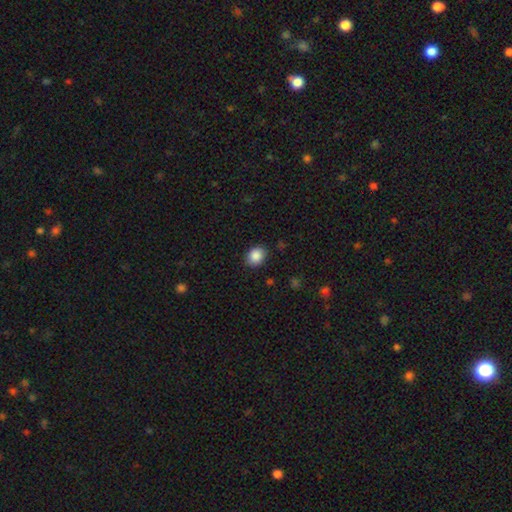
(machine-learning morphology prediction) Smooth or featured: smooth — 88% (star or artifact — 9%)
How rounded: round — 53% (in between — 46%)
Merging: none — 87% (minor disturbance — 10%)